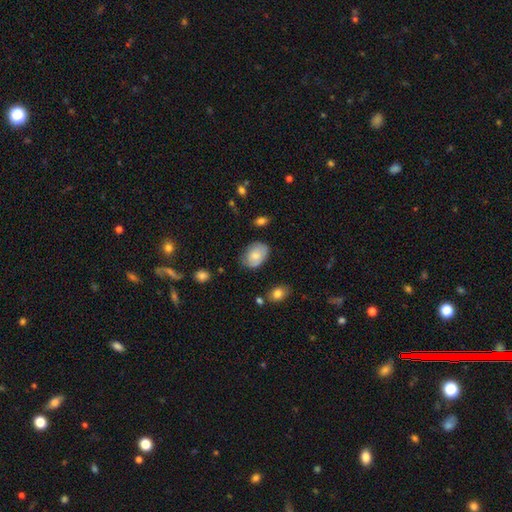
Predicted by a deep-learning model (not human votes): smooth 67%, featured or disk 26%, star or artifact 7%. Down the decision tree: how rounded — in between (80%); merging — none (65%).